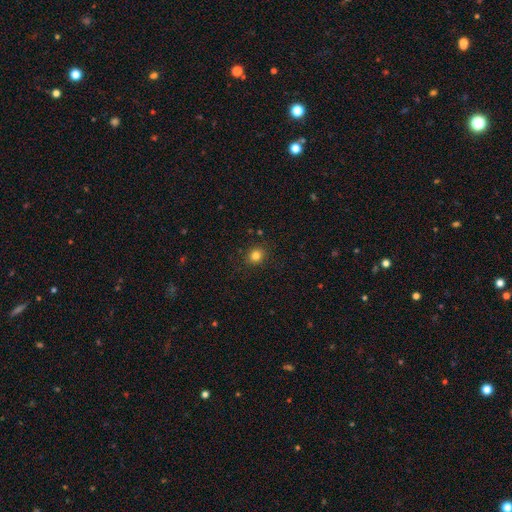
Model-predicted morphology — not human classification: Smooth or featured? smooth (82%)
How rounded? round (80%)
Merging? none (89%)